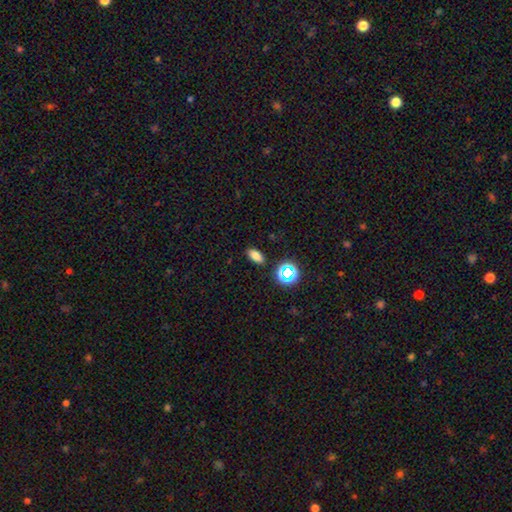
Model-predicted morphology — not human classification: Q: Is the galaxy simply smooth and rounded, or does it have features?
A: smooth — 75%.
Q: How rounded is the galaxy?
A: in between — 84%.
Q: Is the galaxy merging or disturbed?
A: none — 86%.